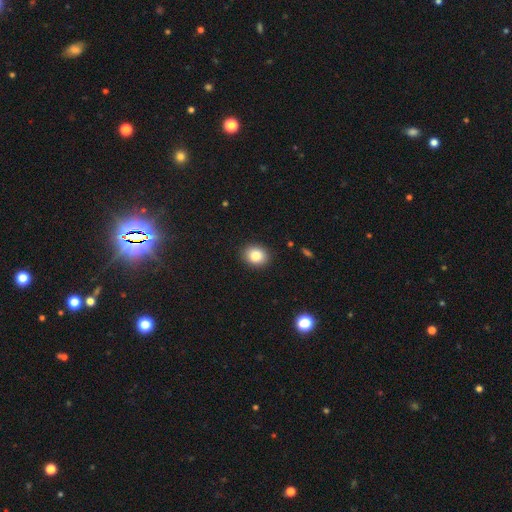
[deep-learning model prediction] A smooth galaxy with no disk features (84%) that is round (55%). Merging: none (89%).